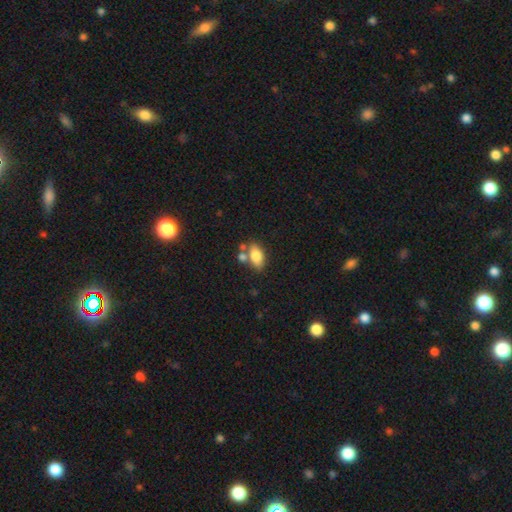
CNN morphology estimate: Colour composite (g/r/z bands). It shows a smooth galaxy with no disk features (80%) that is in between round and cigar-shaped (88%). Merging: none (58%).